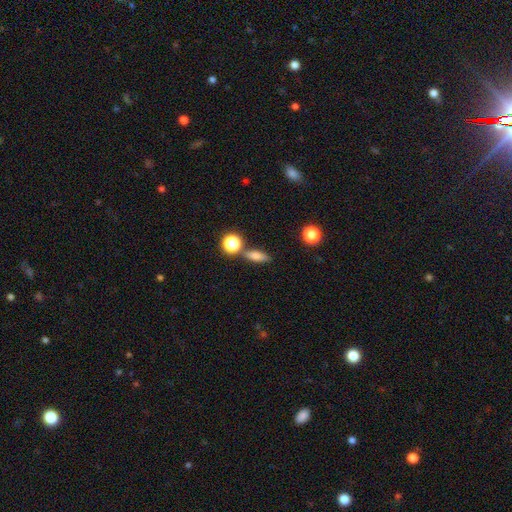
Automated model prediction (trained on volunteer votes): Smooth or featured? Predicted: smooth (p=0.72). How rounded? Predicted: in between (p=0.53). Merging? Predicted: none (p=0.73).